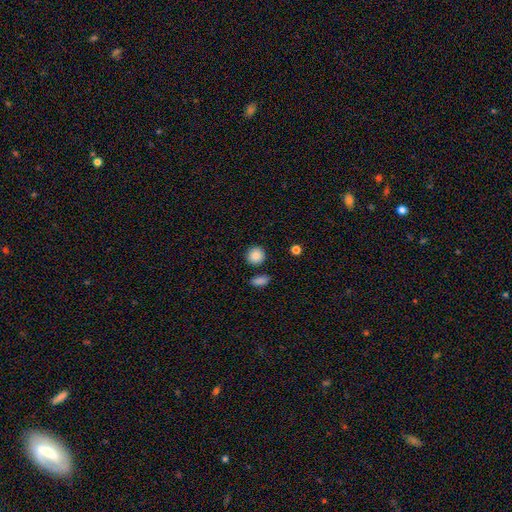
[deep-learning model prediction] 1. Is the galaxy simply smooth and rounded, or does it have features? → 87% smooth, 8% star or artifact, 4% featured or disk.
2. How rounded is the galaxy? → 90% round, 9% in between, 1% cigar-shaped.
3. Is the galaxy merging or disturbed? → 84% none, 8% minor disturbance, 5% merger, 2% major disturbance.